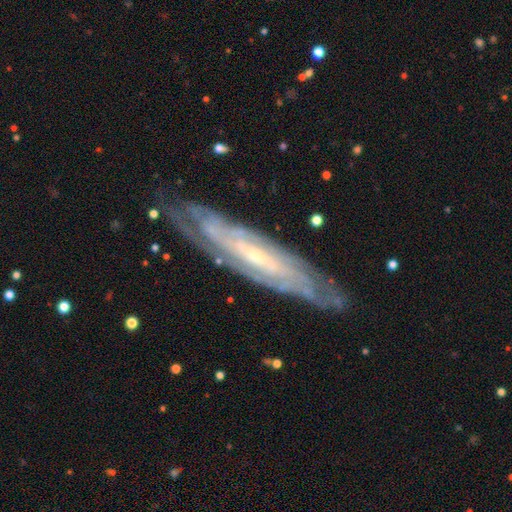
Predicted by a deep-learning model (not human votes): Smooth or featured? featured or disk (86%)
Edge-on disk? no (70%)
Bar? no (42%)
Spiral arms? yes (95%)
Spiral winding? tight (76%)
Spiral arm count? can't tell (48%)
Bulge size? small (73%)
Merging? none (80%)